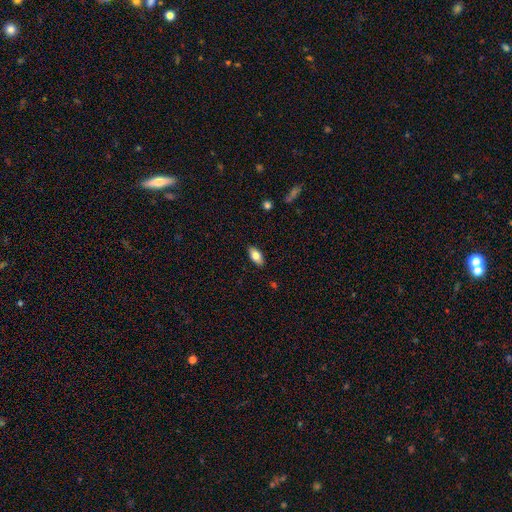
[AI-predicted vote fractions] This is likely a smooth galaxy (78%). How rounded: clearly in between (90%). Merging: clearly none (89%).